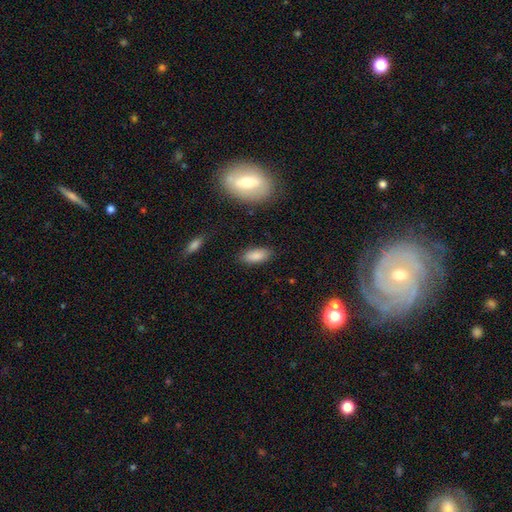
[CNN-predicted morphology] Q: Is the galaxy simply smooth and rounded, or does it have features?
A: smooth — 86%.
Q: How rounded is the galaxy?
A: in between — 86%.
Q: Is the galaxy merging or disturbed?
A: none — 84%.